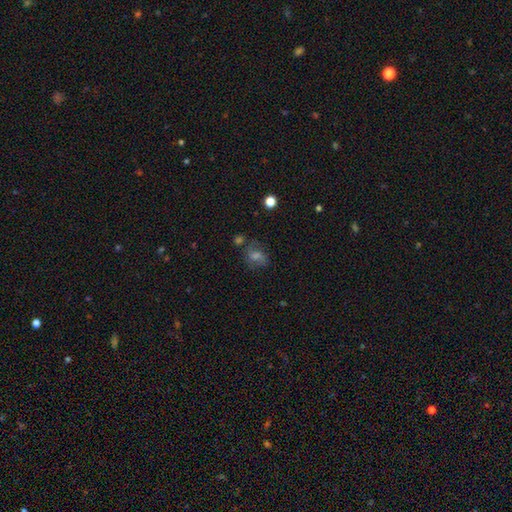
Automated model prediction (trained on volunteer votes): A smooth galaxy with no disk features (41%). Merging: none (65%).